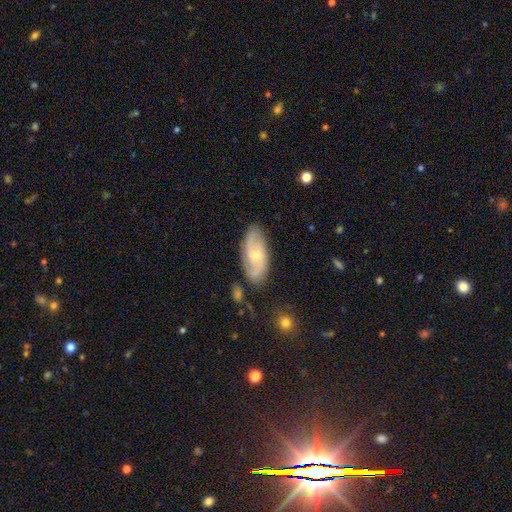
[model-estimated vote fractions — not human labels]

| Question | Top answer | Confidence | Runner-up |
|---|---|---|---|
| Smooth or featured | featured or disk | 67% | smooth (27%) |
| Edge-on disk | no | 93% | yes (7%) |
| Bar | no | 56% | weak (38%) |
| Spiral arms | yes | 91% | no (9%) |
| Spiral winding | medium | 45% | tight (31%) |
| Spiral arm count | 2 | 68% | can't tell (18%) |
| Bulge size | small | 57% | moderate (37%) |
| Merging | none | 76% | minor disturbance (17%) |